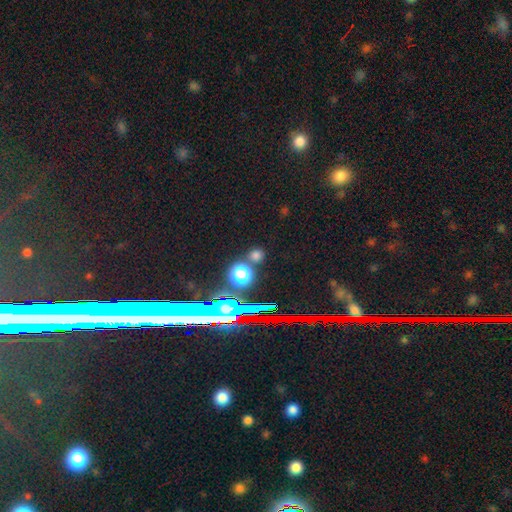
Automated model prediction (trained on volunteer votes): Q: Smooth or featured?
A: smooth (59%); runner-up: star or artifact (35%)
Q: How rounded?
A: round (90%); runner-up: in between (9%)
Q: Merging?
A: none (80%); runner-up: merger (10%)